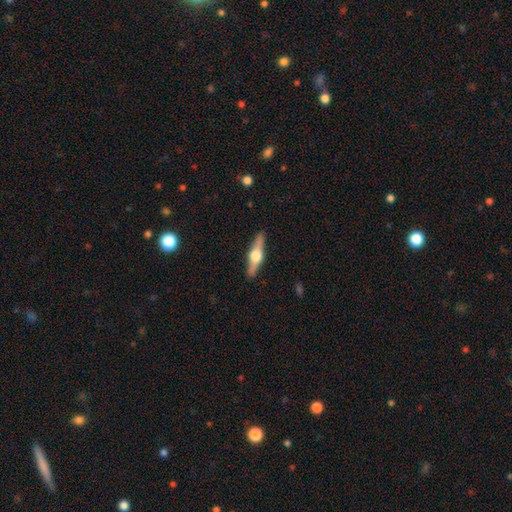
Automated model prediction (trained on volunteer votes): This appears to be a featured or disk galaxy (68%) viewed edge-on (96%) with a rounded central bulge (95%). Merging: none (90%).